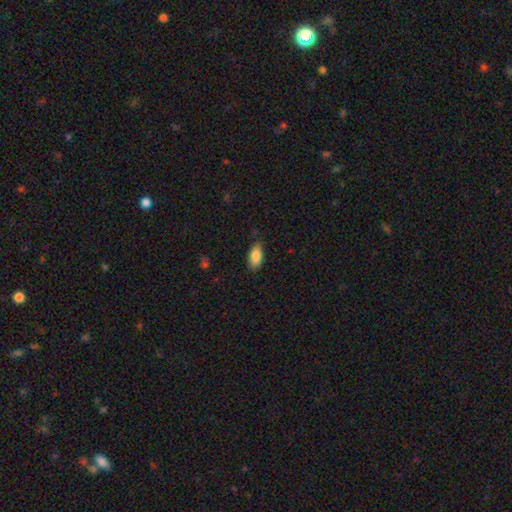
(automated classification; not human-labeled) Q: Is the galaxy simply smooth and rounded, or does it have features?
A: smooth — 86%.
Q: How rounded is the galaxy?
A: in between — 90%.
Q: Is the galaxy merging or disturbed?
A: none — 80%.